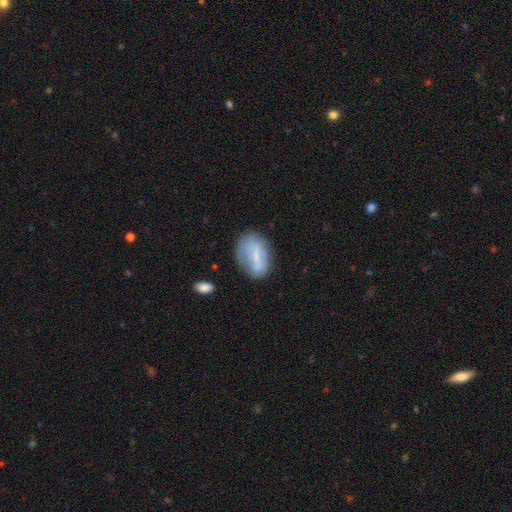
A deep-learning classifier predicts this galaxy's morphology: smooth 58%, featured or disk 34%, star or artifact 8%. Down the decision tree: how rounded — in between (83%); merging — none (59%).